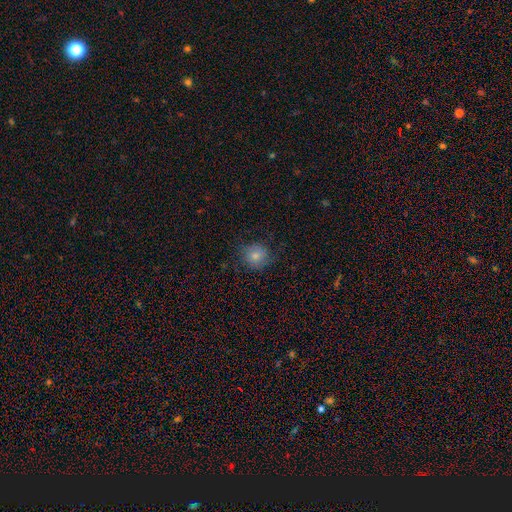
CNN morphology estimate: This appears to be a smooth galaxy with no disk features (77%) that is round (87%). Merging: none (75%).